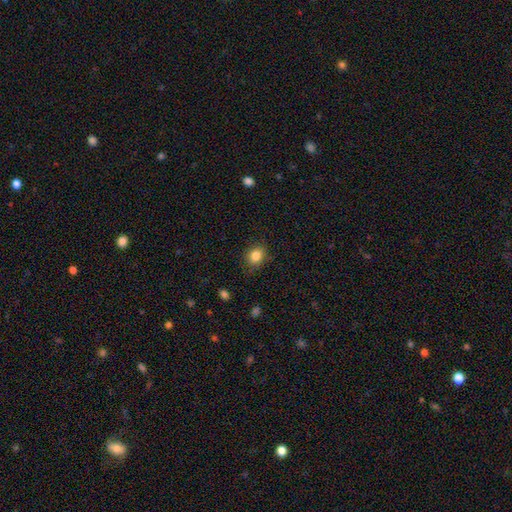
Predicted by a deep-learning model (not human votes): Morphology: type=smooth (84%); roundness=round (58%); merging=none (82%).